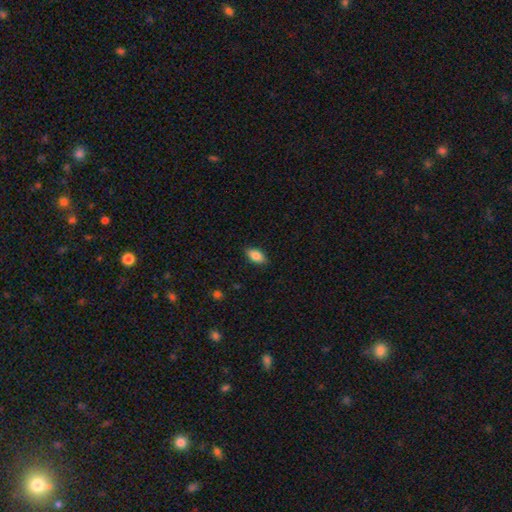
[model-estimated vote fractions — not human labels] Morphology: type=smooth (85%); roundness=in between (91%); merging=none (87%).